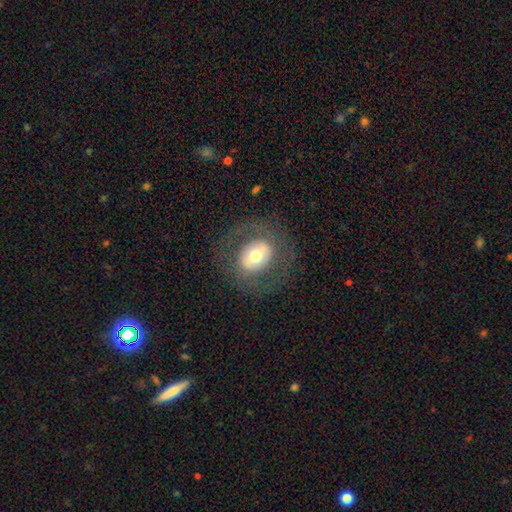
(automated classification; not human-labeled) Smooth or featured?
  - smooth: 46% *
  - featured or disk: 45%
  - star or artifact: 9%
Merging?
  - none: 77% *
  - major disturbance: 11%
  - minor disturbance: 11%
  - merger: 1%